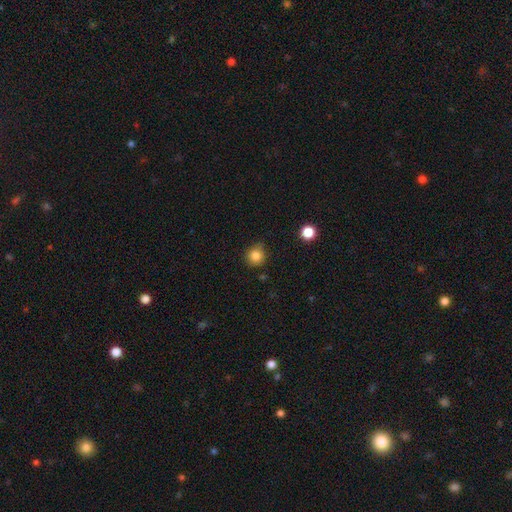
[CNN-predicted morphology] A smooth galaxy with no disk features (83%) that is round (92%).

Vote fractions:
- Smooth or featured? smooth: 83% / star or artifact: 11% / featured or disk: 5%
- How rounded? round: 92% / in between: 7% / cigar-shaped: 1%
- Merging? none: 80% / minor disturbance: 14% / major disturbance: 3% / merger: 2%